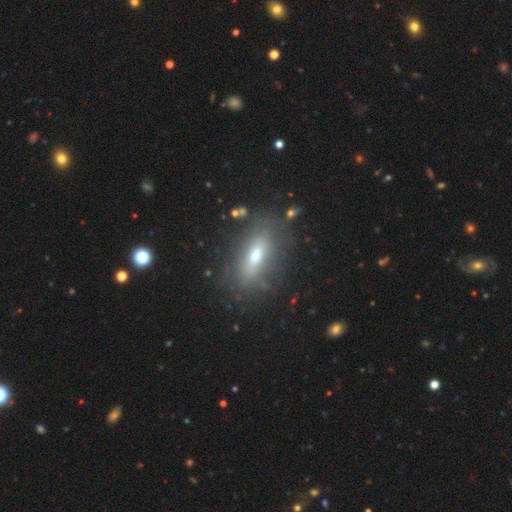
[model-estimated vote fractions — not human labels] Smooth or featured?
  - smooth: 48% *
  - featured or disk: 41%
  - star or artifact: 11%
Merging?
  - none: 75% *
  - minor disturbance: 15%
  - major disturbance: 7%
  - merger: 3%